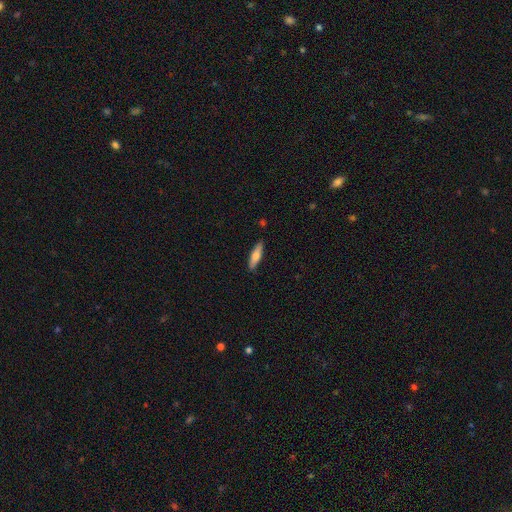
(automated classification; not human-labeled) A smooth galaxy with no disk features (69%) that is cigar-shaped (67%).

Vote fractions:
- Smooth or featured? smooth: 69% / featured or disk: 26% / star or artifact: 6%
- How rounded? cigar-shaped: 67% / in between: 32% / round: 2%
- Merging? none: 88% / minor disturbance: 9% / major disturbance: 2% / merger: 1%